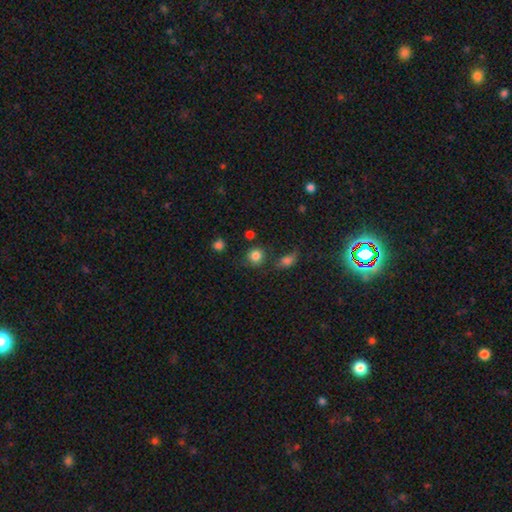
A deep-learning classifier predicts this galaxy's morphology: Smooth or featured? Predicted: smooth (p=0.83). How rounded? Predicted: round (p=0.87). Merging? Predicted: none (p=0.75).